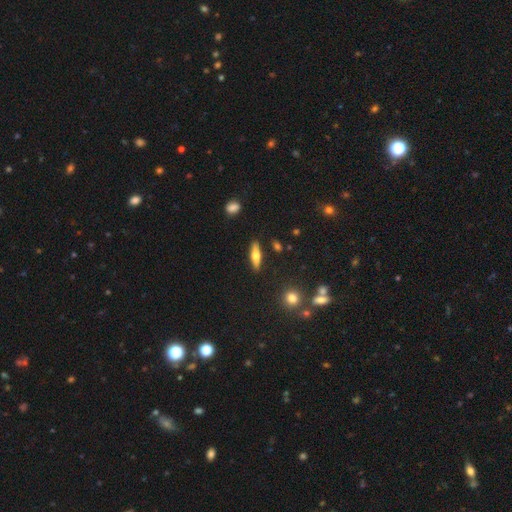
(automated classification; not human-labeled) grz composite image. It shows a smooth galaxy with no disk features (49%). Merging: none (88%).